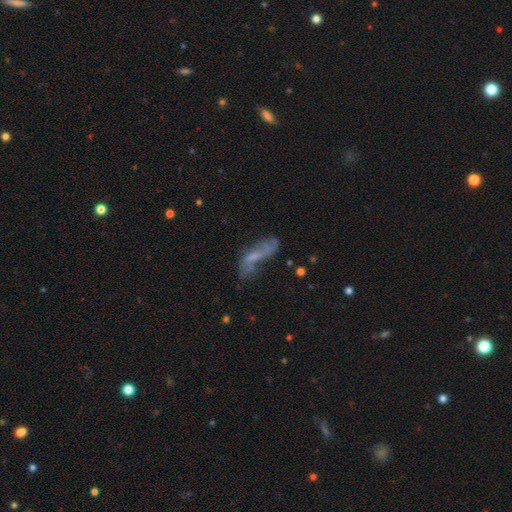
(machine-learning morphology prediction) featured or disk 53%, smooth 34%, star or artifact 13%. Down the decision tree: edge-on disk — no (83%); merging — none (41%).